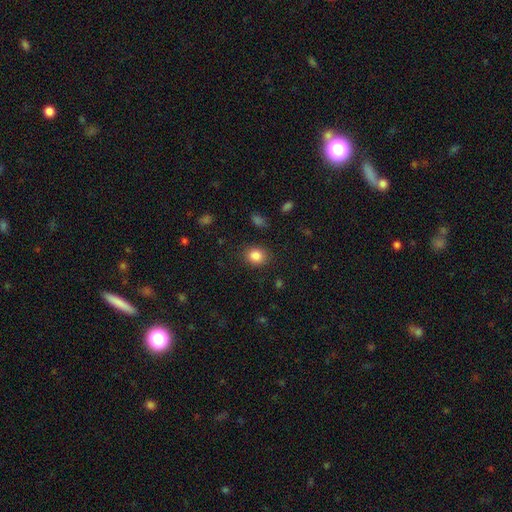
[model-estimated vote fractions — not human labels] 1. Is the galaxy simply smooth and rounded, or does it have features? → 85% smooth, 10% star or artifact, 5% featured or disk.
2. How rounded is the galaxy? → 58% round, 41% in between, 1% cigar-shaped.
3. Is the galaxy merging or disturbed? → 85% none, 10% minor disturbance, 3% major disturbance, 1% merger.